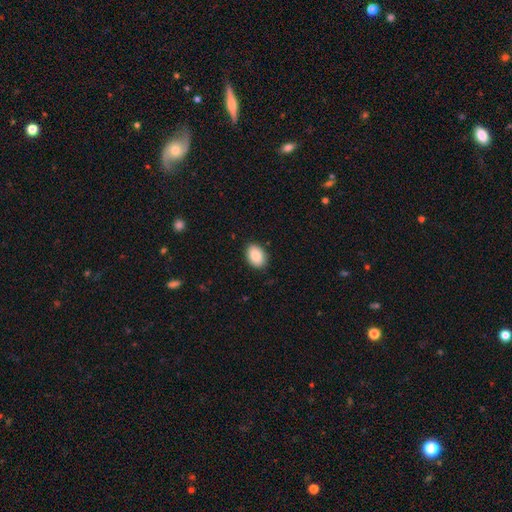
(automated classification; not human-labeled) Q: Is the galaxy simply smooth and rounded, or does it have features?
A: smooth — 89%.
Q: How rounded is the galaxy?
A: in between — 83%.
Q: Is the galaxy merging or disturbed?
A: none — 88%.